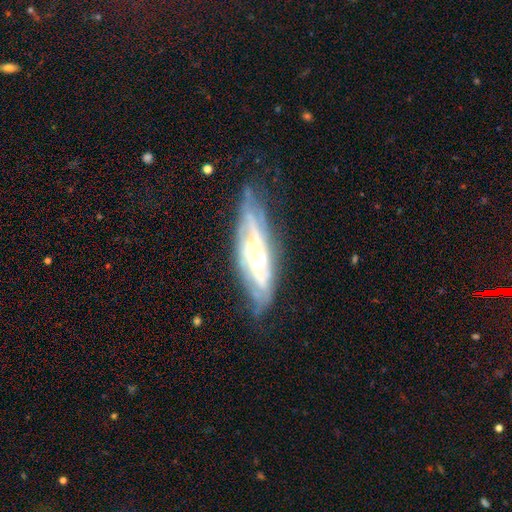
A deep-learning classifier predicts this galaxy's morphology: Smooth or featured: featured or disk — 81% (smooth — 12%)
Edge-on disk: no — 71% (yes — 29%)
Bar: no — 60% (weak — 28%)
Spiral arms: yes — 89% (no — 11%)
Spiral winding: tight — 56% (medium — 34%)
Spiral arm count: can't tell — 46% (2 — 26%)
Bulge size: moderate — 54% (small — 33%)
Merging: none — 68% (minor disturbance — 22%)